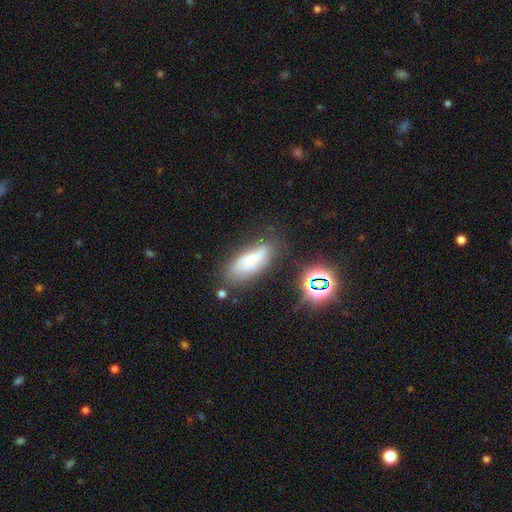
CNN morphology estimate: This is possibly a smooth galaxy (52%). How rounded: likely in between (75%). Merging: likely none (63%).